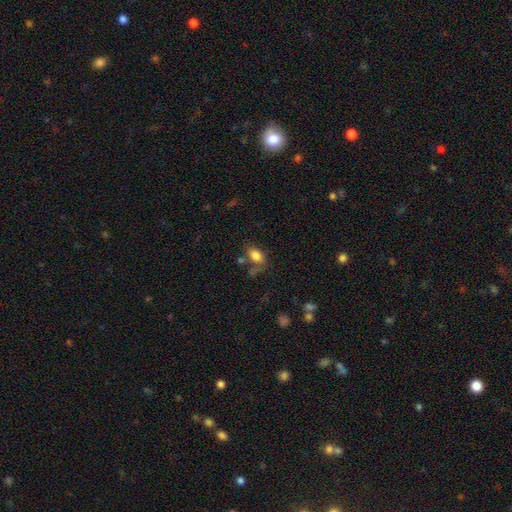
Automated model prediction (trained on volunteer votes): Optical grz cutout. It shows a smooth galaxy with no disk features (82%) that is in between round and cigar-shaped (87%). Merging: none (62%).